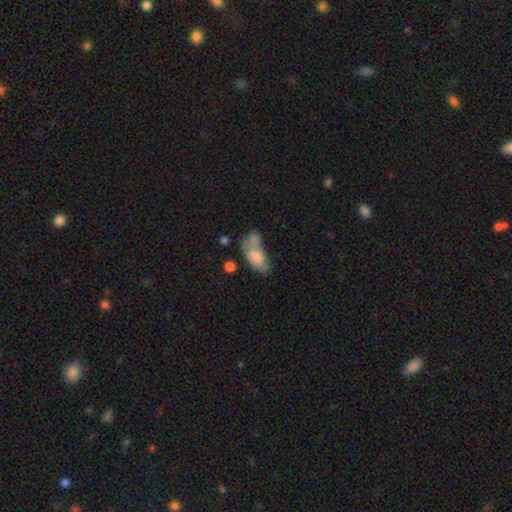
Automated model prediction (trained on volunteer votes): smooth-or-featured: smooth: 74% | featured or disk: 18% | star or artifact: 8%
  how-rounded: in between: 91% | cigar-shaped: 5% | round: 4%
  merging: merger: 37% | none: 29% | minor disturbance: 20% | major disturbance: 13%